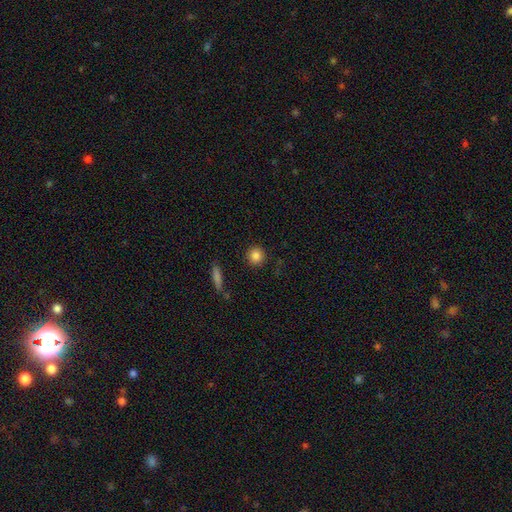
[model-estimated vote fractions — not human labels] This is clearly a smooth galaxy (85%). How rounded: clearly round (92%). Merging: clearly none (90%).